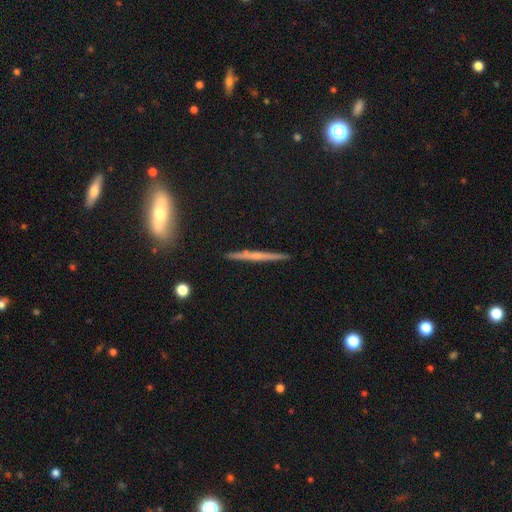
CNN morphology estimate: The model was most divided on "smooth or featured": featured or disk: 58%, smooth: 35%, star or artifact: 8%. More confident: edge-on disk — yes (97%); merging — none (89%); edge-on bulge — none (61%).